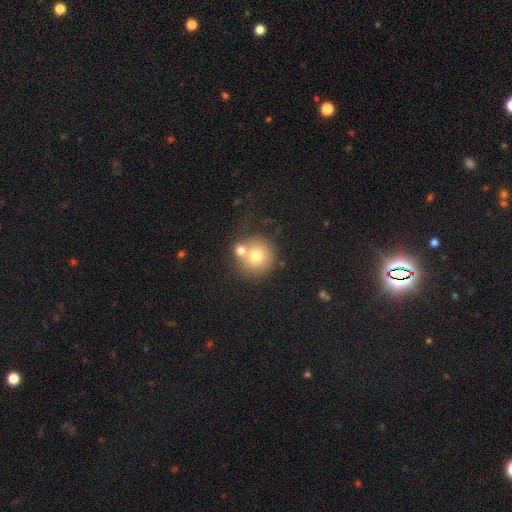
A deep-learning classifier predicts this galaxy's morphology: A smooth galaxy with no disk features (71%) that is round (92%).

Vote fractions:
- Smooth or featured? smooth: 71% / featured or disk: 18% / star or artifact: 11%
- How rounded? round: 92% / in between: 8% / cigar-shaped: 1%
- Merging? none: 53% / merger: 34% / minor disturbance: 9% / major disturbance: 4%